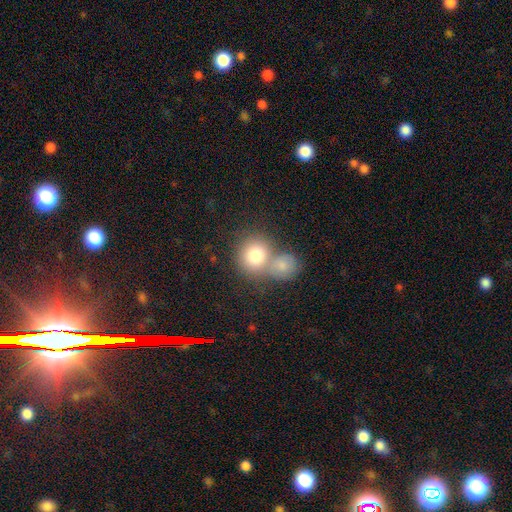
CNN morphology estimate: type=smooth (80%); roundness=round (81%); merging=merger (51%).